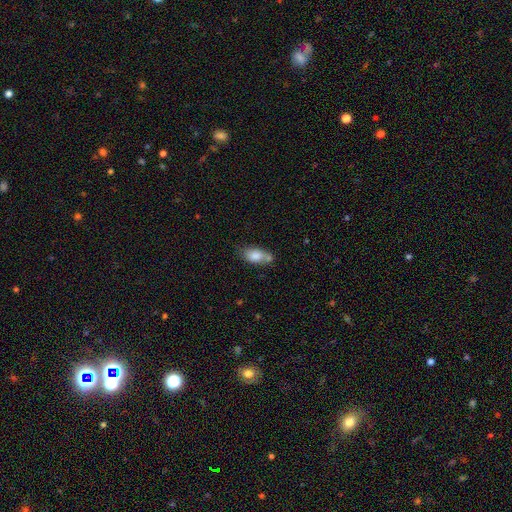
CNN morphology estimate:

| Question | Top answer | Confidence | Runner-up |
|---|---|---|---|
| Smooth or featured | smooth | 81% | featured or disk (11%) |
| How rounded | in between | 87% | round (7%) |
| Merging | none | 48% | merger (25%) |